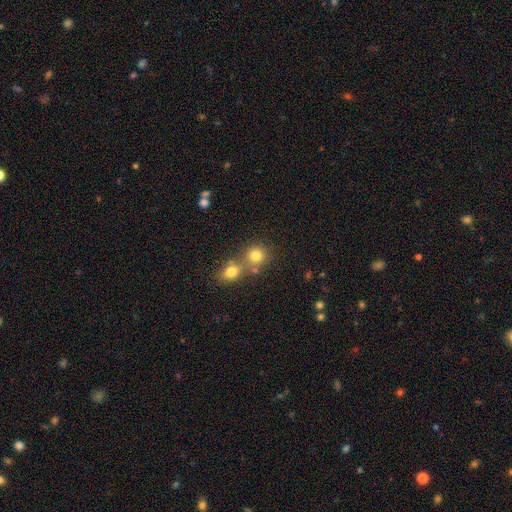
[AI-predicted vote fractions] Smooth or featured? Predicted: smooth (p=0.78). How rounded? Predicted: round (p=0.85). Merging? Predicted: none (p=0.52).